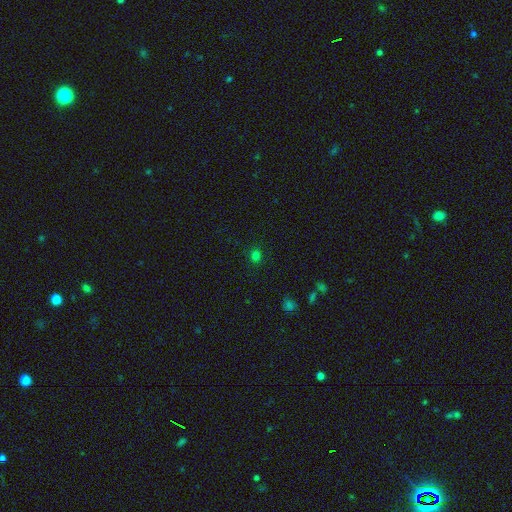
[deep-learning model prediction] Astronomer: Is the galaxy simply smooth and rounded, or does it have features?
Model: smooth — 76%.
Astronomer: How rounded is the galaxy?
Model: round — 83%.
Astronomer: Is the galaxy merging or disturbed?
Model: none — 89%.